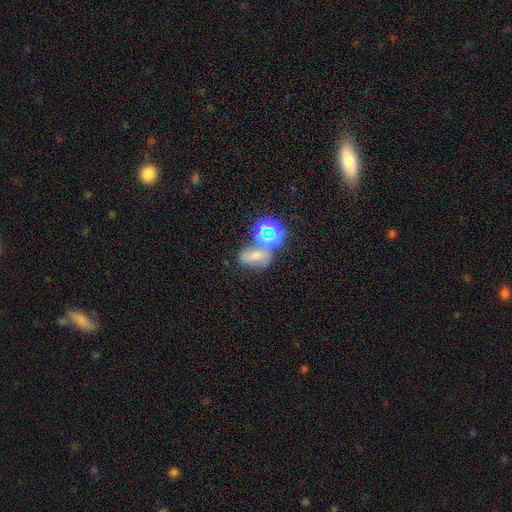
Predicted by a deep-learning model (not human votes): This is possibly a smooth galaxy (51%). How rounded: likely in between (71%). Merging: possibly none (45%).